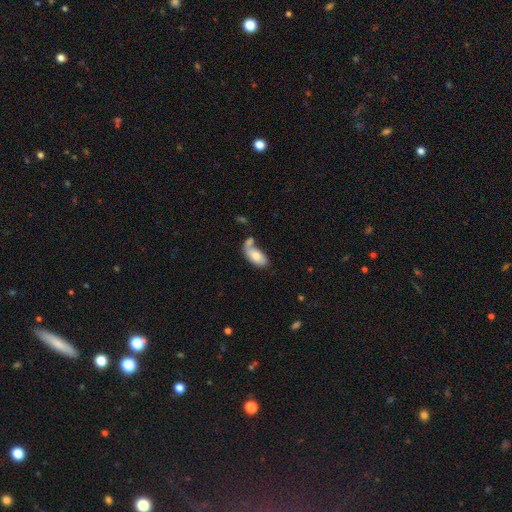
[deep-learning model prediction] Overall: smooth (72%). How rounded: in between (93%). Merging: merger (39%; none 35%).